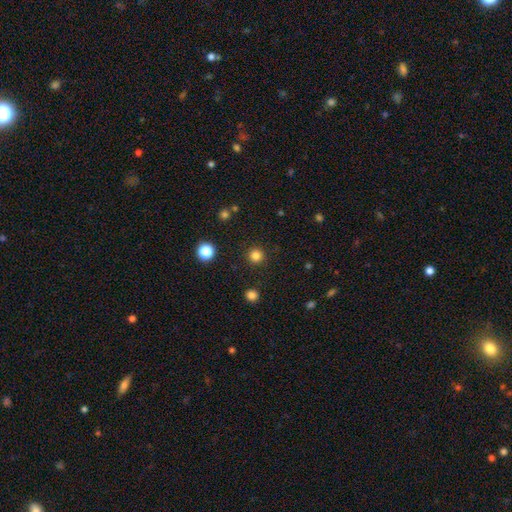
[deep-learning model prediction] The model was most divided on "smooth or featured": smooth: 83%, star or artifact: 13%, featured or disk: 4%. More confident: how rounded — round (96%); merging — none (92%).